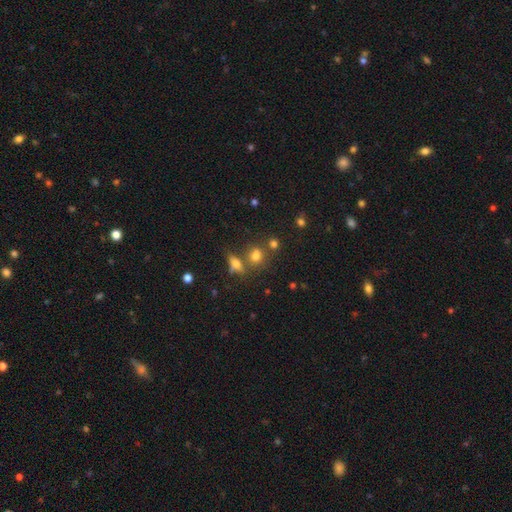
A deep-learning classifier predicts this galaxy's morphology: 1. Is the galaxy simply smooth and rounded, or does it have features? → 71% smooth, 18% star or artifact, 11% featured or disk.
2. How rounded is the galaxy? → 58% round, 38% in between, 4% cigar-shaped.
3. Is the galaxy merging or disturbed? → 56% none, 27% merger, 11% minor disturbance, 5% major disturbance.